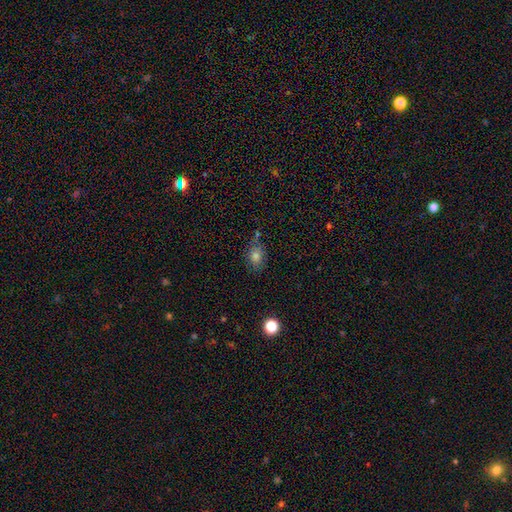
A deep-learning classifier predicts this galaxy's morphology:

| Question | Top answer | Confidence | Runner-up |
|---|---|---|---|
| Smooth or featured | smooth | 75% | star or artifact (15%) |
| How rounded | in between | 65% | round (33%) |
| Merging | none | 69% | minor disturbance (18%) |